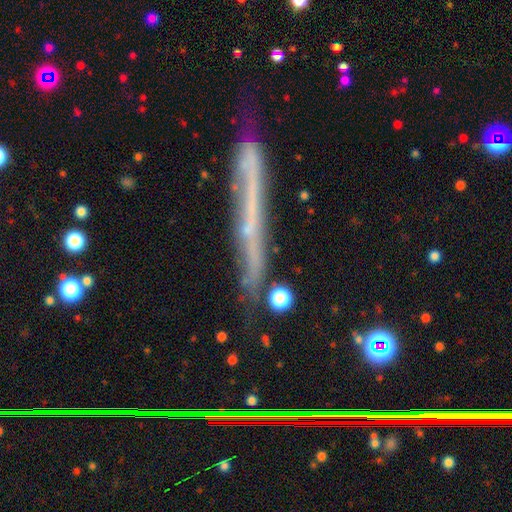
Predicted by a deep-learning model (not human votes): A featured or disk galaxy (46%). Merging: none (73%).